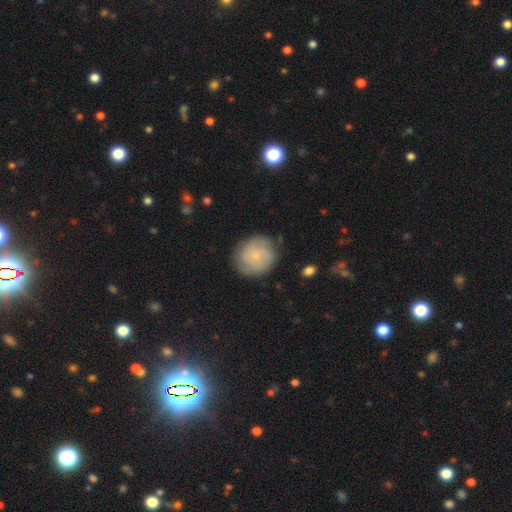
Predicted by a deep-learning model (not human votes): Morphology: type=featured or disk (48%); merging=none (78%).